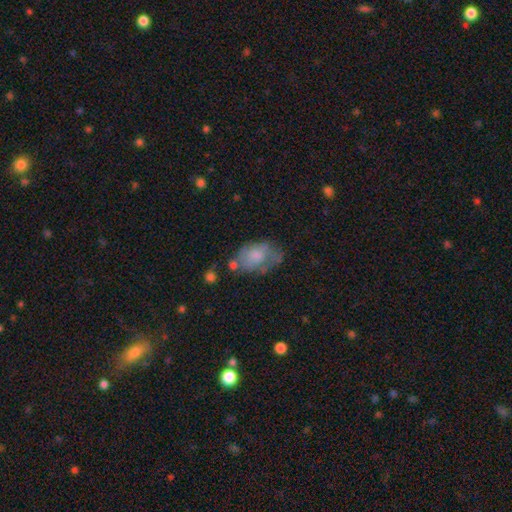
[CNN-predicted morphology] Smooth or featured? Predicted: smooth (p=0.52). How rounded? Predicted: in between (p=0.87). Merging? Predicted: none (p=0.41).